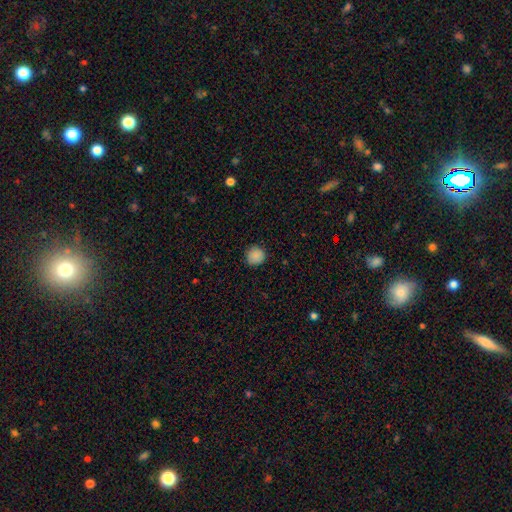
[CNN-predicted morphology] Overall: smooth (88%). How rounded: round (93%). Merging: none (89%).